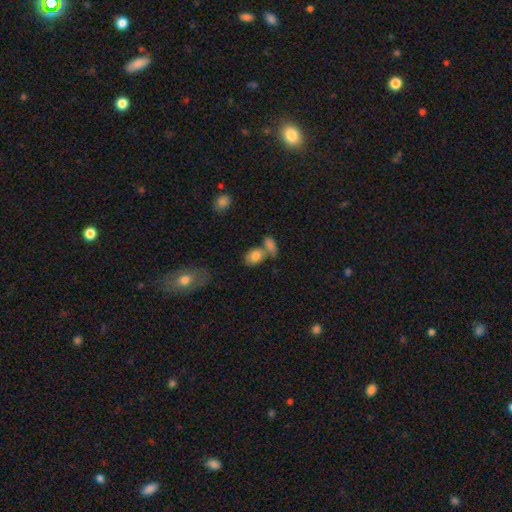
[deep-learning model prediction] Smooth or featured?
  - smooth: 81% *
  - featured or disk: 10%
  - star or artifact: 8%
How rounded?
  - in between: 80% *
  - round: 18%
  - cigar-shaped: 2%
Merging?
  - none: 44% *
  - merger: 39%
  - minor disturbance: 12%
  - major disturbance: 5%